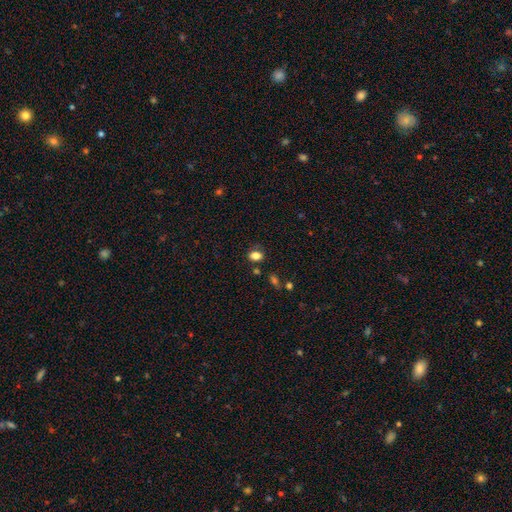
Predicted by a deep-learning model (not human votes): Morphology: type=smooth (83%); roundness=in between (74%); merging=none (75%).